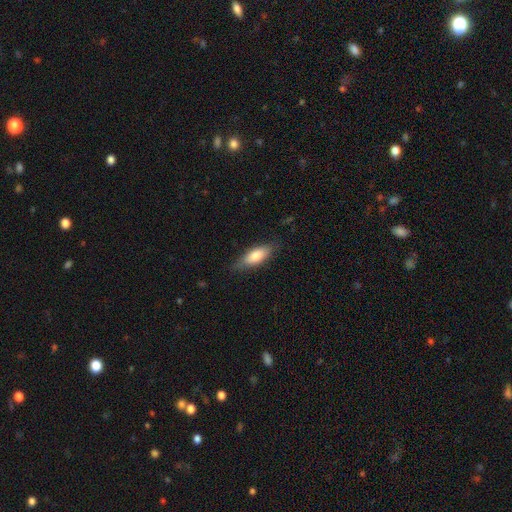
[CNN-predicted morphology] smooth-or-featured: smooth: 75% | featured or disk: 19% | star or artifact: 6%
  how-rounded: in between: 72% | cigar-shaped: 26% | round: 2%
  merging: none: 77% | minor disturbance: 18% | major disturbance: 4% | merger: 1%